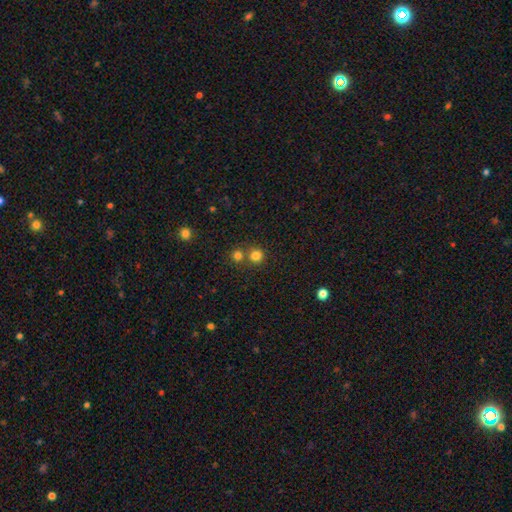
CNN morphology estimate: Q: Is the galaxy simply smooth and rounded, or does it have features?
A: smooth — 79%.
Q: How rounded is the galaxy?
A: round — 90%.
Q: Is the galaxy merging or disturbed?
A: none — 65%.